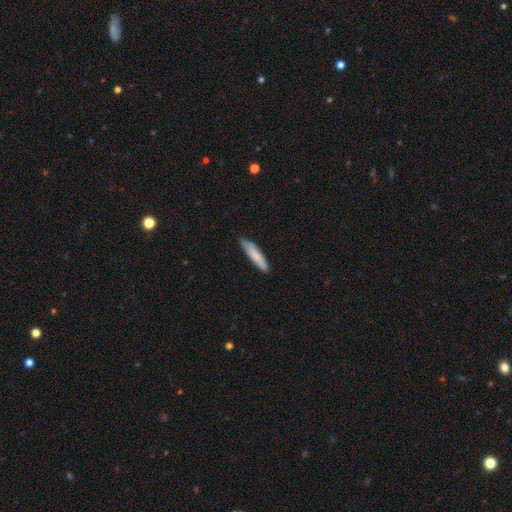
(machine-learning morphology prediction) Smooth or featured: smooth — 79% (featured or disk — 16%)
How rounded: cigar-shaped — 86% (in between — 12%)
Merging: none — 81% (minor disturbance — 15%)